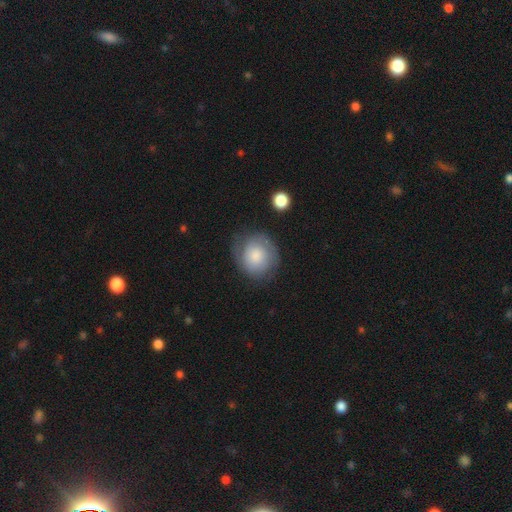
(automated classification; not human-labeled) Overall: smooth (54%; featured or disk 38%). How rounded: round (80%). Merging: none (67%).